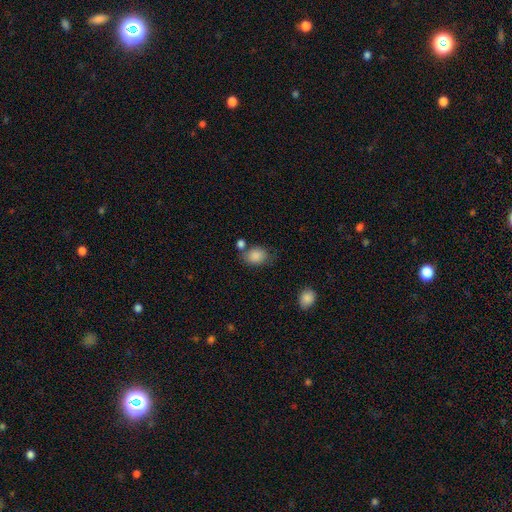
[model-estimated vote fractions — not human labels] This is clearly a smooth galaxy (86%). How rounded: likely in between (62%). Merging: possibly none (60%).